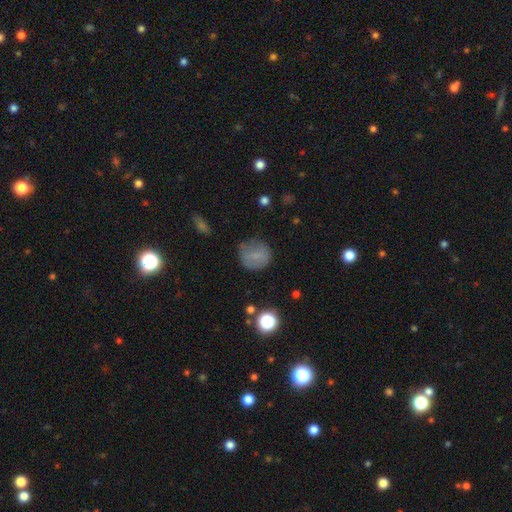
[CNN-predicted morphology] This is likely a smooth galaxy (72%). How rounded: clearly round (83%). Merging: likely none (67%).